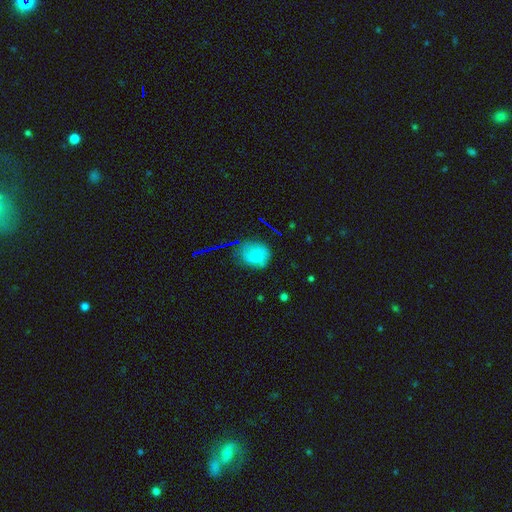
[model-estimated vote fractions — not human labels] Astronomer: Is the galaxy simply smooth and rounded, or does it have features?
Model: smooth — 76%.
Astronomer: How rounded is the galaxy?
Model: round — 64%.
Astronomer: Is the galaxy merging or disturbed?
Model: none — 63%.